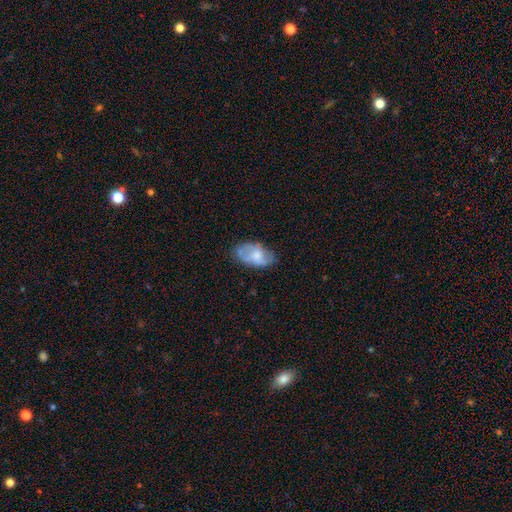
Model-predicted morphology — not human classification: This appears to be a smooth galaxy with no disk features (52%) that is in between round and cigar-shaped (93%). Merging: none (62%).